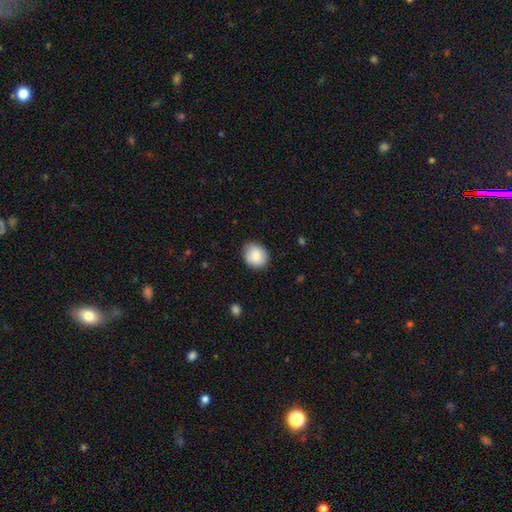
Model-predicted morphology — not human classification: type=smooth (86%); roundness=round (62%); merging=none (85%).